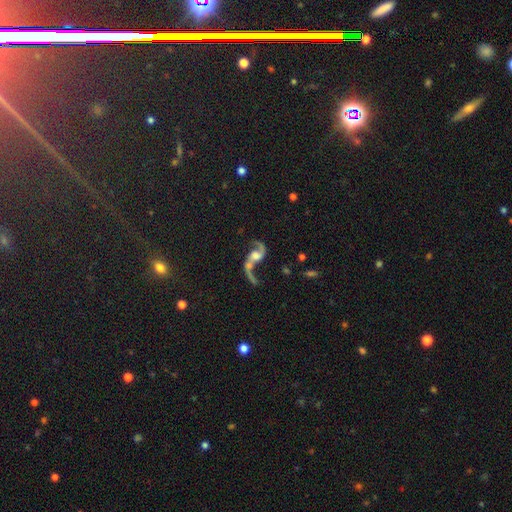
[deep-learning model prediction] This is clearly a featured or disk galaxy (83%). It is clearly not viewed edge-on (96%). Bar: possibly no (56%). Spiral arm pattern: clearly yes (92%). Spiral arm count: clearly 2 (87%). Spiral winding: clearly loose (83%). Central bulge: marginally moderate (43%). Merging: marginally none (35%).